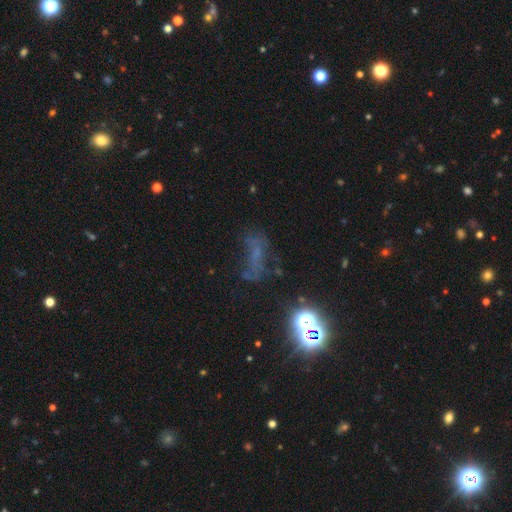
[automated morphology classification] Smooth or featured: star or artifact — 43% (featured or disk — 29%)